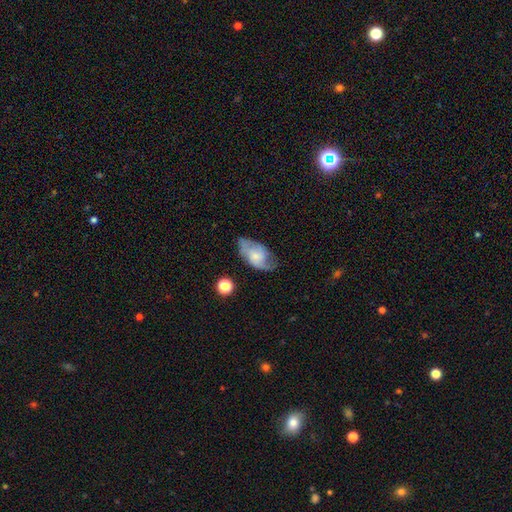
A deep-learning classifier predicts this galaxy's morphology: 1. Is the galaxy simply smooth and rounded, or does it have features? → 54% featured or disk, 39% smooth, 8% star or artifact.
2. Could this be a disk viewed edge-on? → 94% no, 6% yes.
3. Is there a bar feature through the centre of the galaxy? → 70% no, 26% weak, 4% strong.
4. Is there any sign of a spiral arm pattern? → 80% yes, 20% no.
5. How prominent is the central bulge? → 47% small, 30% moderate, 14% none, 7% large, 2% dominant.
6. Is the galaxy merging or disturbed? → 57% none, 28% minor disturbance, 13% major disturbance, 2% merger.